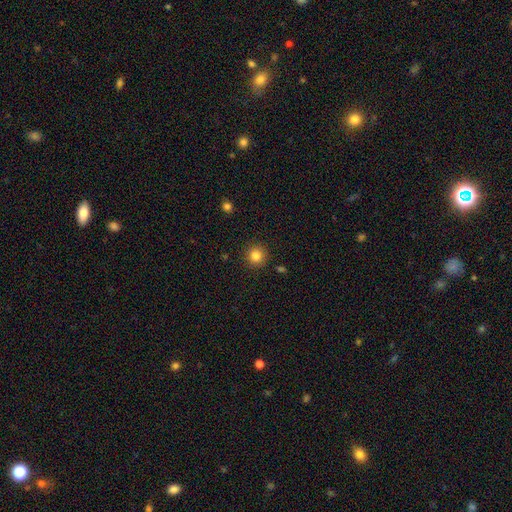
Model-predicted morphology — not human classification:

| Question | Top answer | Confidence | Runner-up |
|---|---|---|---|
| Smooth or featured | smooth | 84% | star or artifact (11%) |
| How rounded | round | 94% | in between (5%) |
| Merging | none | 91% | minor disturbance (6%) |